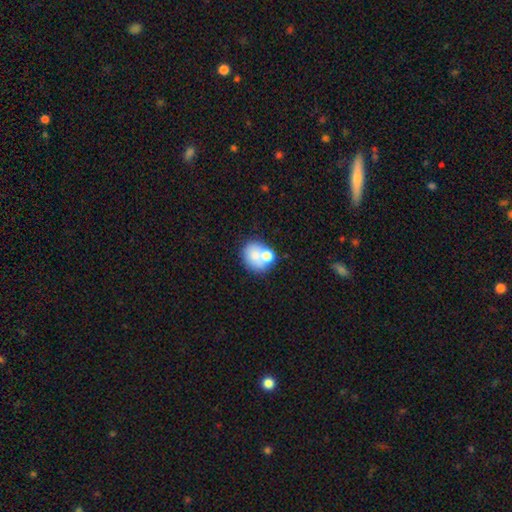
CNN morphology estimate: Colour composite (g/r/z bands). It shows a smooth galaxy with no disk features (69%) that is round (62%). Merging: none (46%).